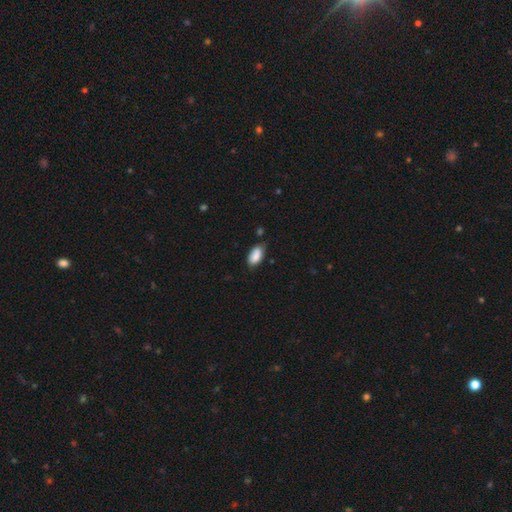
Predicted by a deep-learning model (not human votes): Smooth or featured?
  - smooth: 85% *
  - featured or disk: 8%
  - star or artifact: 7%
How rounded?
  - in between: 93% *
  - cigar-shaped: 4%
  - round: 3%
Merging?
  - none: 66% *
  - minor disturbance: 27%
  - major disturbance: 4%
  - merger: 3%